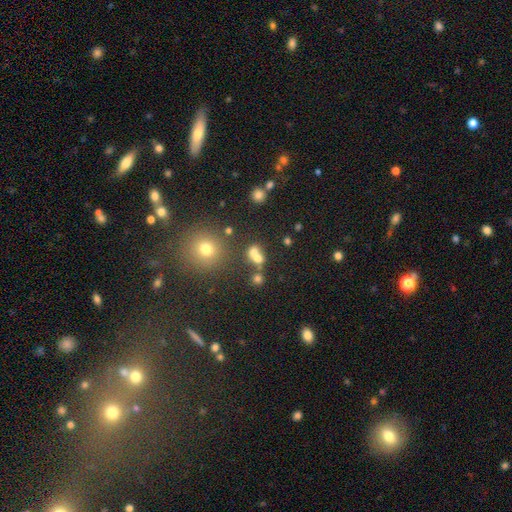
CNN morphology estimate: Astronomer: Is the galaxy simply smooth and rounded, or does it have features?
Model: smooth — 65%.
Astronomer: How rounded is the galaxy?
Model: round — 69%.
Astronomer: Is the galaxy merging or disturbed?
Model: merger — 51% (runner-up: none, 36%).